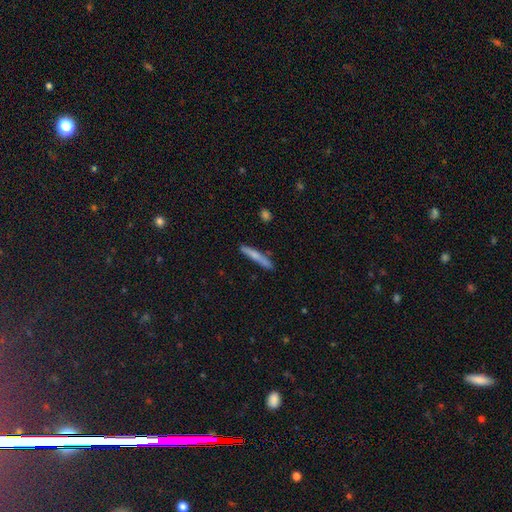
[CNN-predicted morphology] This is likely a smooth galaxy (68%). How rounded: clearly cigar-shaped (94%). Merging: clearly none (83%).